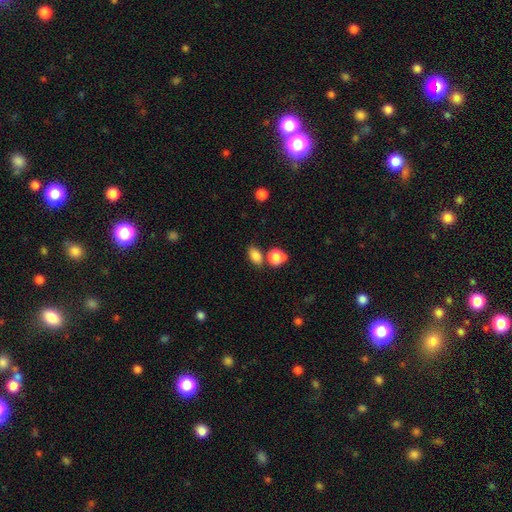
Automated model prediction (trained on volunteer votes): Smooth or featured: smooth — 83% (star or artifact — 11%)
How rounded: in between — 79% (round — 19%)
Merging: none — 68% (merger — 15%)